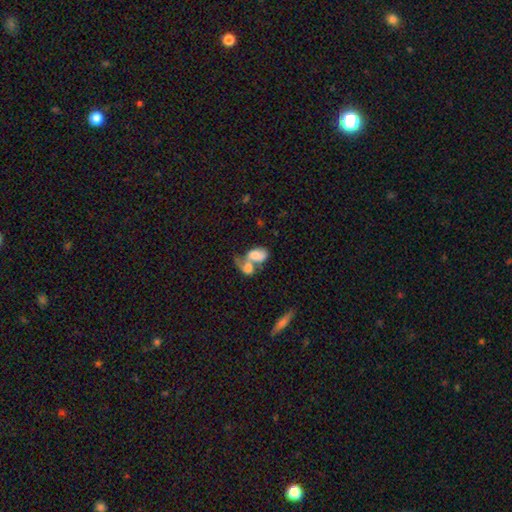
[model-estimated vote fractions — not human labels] Smooth or featured? smooth (67%)
How rounded? in between (85%)
Merging? merger (73%)